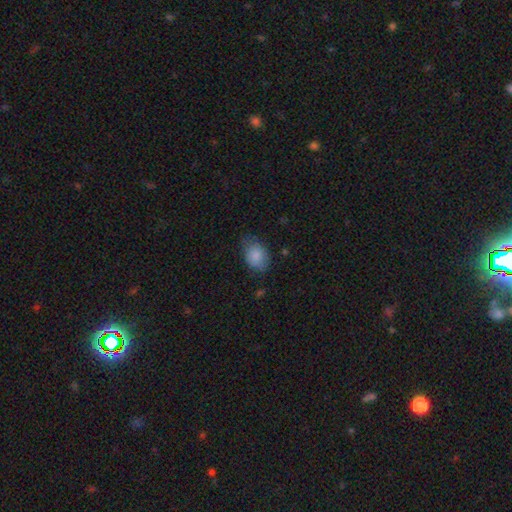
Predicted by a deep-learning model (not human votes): This is clearly a smooth galaxy (86%). How rounded: likely in between (72%). Merging: likely none (62%).